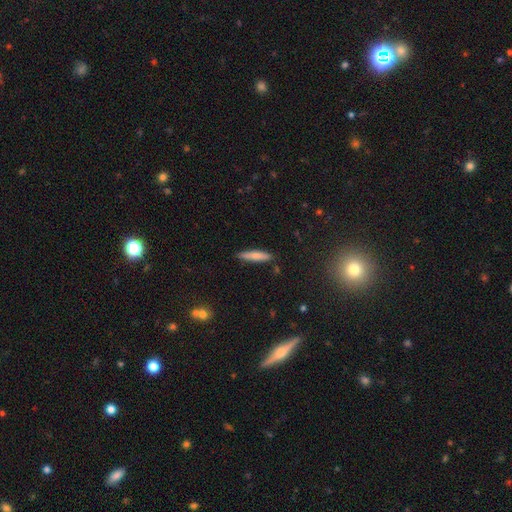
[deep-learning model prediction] Smooth or featured? Predicted: smooth (p=0.76). How rounded? Predicted: cigar-shaped (p=0.89). Merging? Predicted: none (p=0.85).